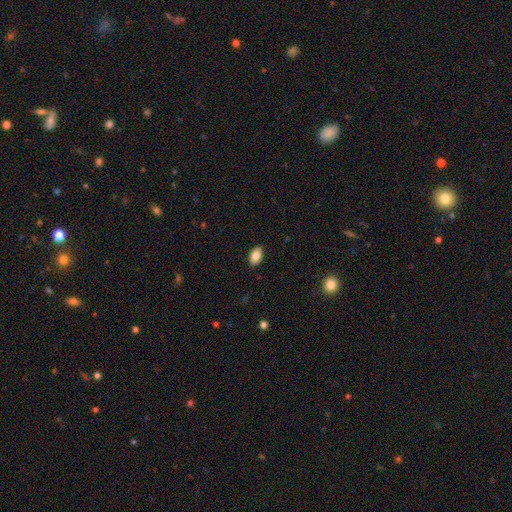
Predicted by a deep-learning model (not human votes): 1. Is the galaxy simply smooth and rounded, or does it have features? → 84% smooth, 8% featured or disk, 8% star or artifact.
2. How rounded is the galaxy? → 92% in between, 6% round, 2% cigar-shaped.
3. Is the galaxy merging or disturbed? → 89% none, 8% minor disturbance, 2% major disturbance, 1% merger.